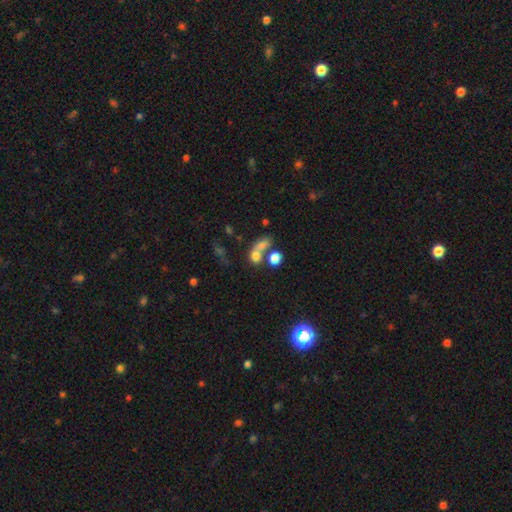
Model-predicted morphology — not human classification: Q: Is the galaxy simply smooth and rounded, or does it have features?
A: smooth — 69%.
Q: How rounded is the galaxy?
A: round — 58%.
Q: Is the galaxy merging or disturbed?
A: merger — 53%.